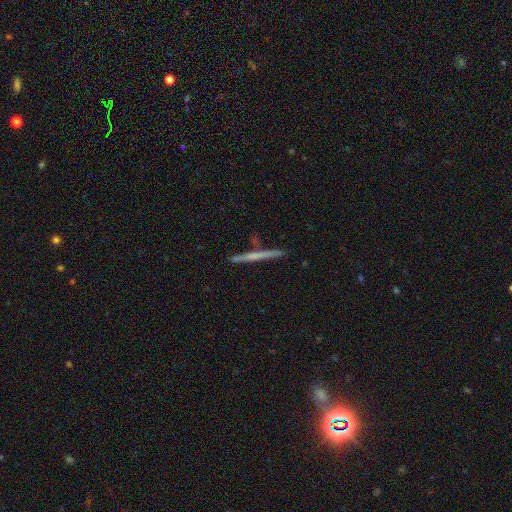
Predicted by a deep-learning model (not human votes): Smooth or featured? featured or disk (49%)
Merging? none (88%)